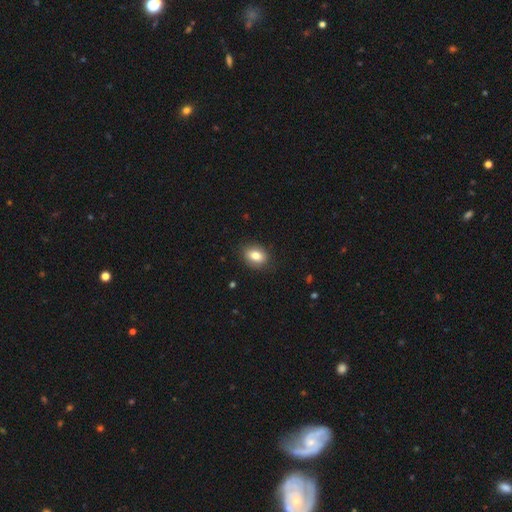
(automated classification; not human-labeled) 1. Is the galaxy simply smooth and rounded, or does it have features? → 81% smooth, 10% featured or disk, 9% star or artifact.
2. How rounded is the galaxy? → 72% in between, 26% round, 1% cigar-shaped.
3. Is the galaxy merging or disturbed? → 86% none, 10% minor disturbance, 2% major disturbance, 1% merger.